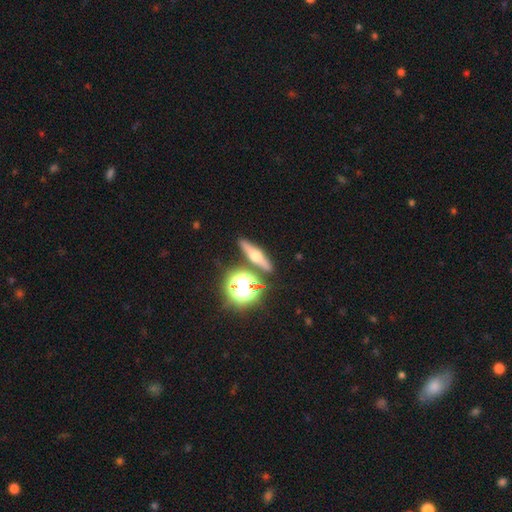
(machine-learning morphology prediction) smooth-or-featured: featured or disk: 58% | smooth: 26% | star or artifact: 16%
  disk-edge-on: yes: 90% | no: 10%
    edge-on-bulge: rounded: 95% | boxy: 3% | none: 2%
  merging: none: 85% | minor disturbance: 7% | merger: 5% | major disturbance: 2%